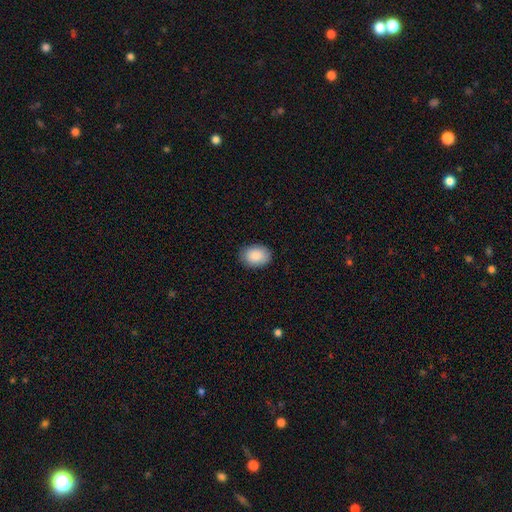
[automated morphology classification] Smooth or featured? smooth (89%)
How rounded? in between (74%)
Merging? none (87%)